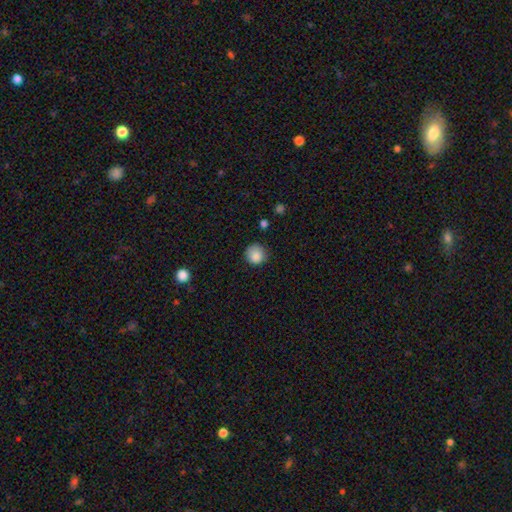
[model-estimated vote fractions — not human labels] Morphology: type=smooth (86%); roundness=round (90%); merging=none (75%).